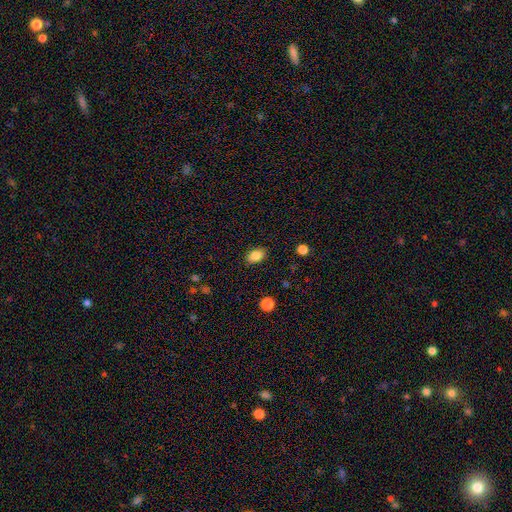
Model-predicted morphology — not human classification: Smooth or featured? smooth (86%)
How rounded? in between (85%)
Merging? none (87%)